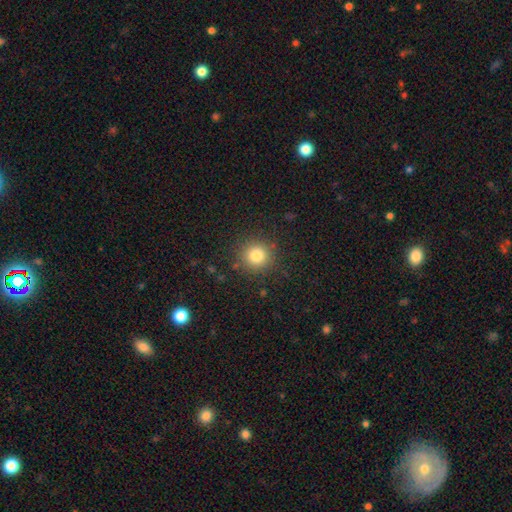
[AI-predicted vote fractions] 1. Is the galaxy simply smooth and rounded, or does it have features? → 81% smooth, 13% star or artifact, 7% featured or disk.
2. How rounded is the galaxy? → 93% round, 6% in between, 1% cigar-shaped.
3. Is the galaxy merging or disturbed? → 88% none, 7% minor disturbance, 3% major disturbance, 1% merger.